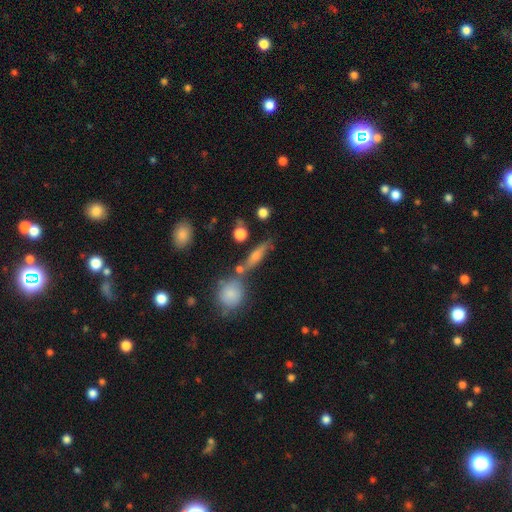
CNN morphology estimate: This appears to be a smooth galaxy with no disk features (54%) that is cigar-shaped (65%). Merging: none (67%).